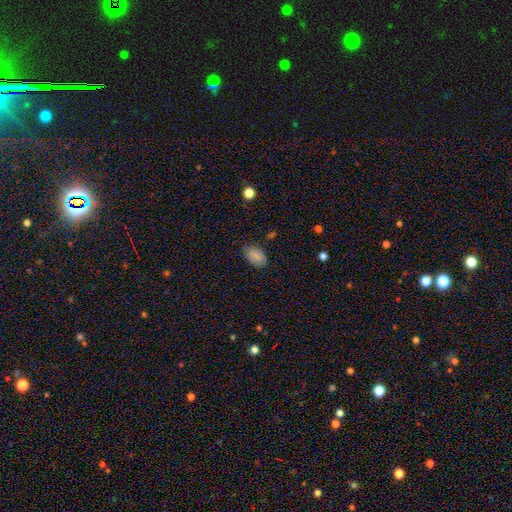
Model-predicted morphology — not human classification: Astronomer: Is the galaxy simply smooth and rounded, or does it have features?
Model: smooth — 86%.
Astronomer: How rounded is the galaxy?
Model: in between — 91%.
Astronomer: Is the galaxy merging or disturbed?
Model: none — 78%.